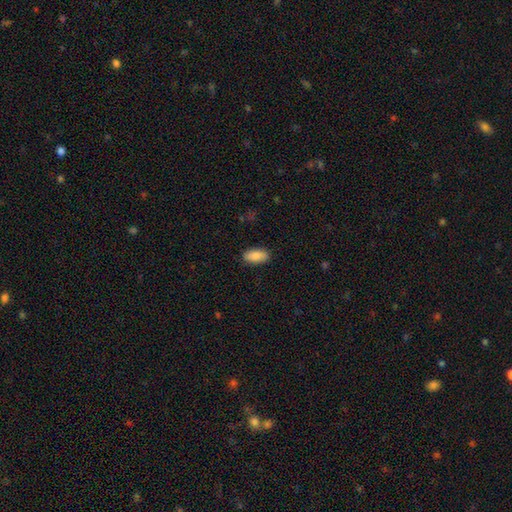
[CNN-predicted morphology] A smooth galaxy with no disk features (88%) that is in between round and cigar-shaped (92%).

Vote fractions:
- Smooth or featured? smooth: 88% / star or artifact: 6% / featured or disk: 5%
- How rounded? in between: 92% / cigar-shaped: 6% / round: 2%
- Merging? none: 88% / minor disturbance: 9% / major disturbance: 2% / merger: 1%